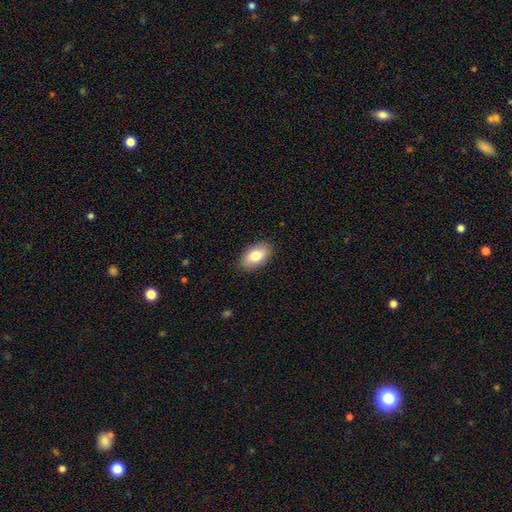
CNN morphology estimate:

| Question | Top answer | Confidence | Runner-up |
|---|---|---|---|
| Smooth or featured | smooth | 81% | featured or disk (12%) |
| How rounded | in between | 93% | round (5%) |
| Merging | none | 88% | minor disturbance (9%) |